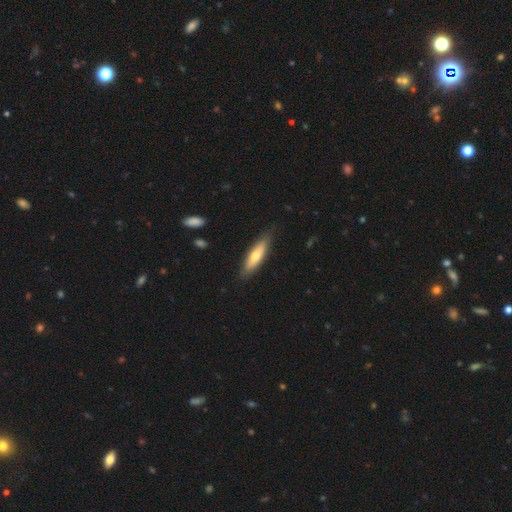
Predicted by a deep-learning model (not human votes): smooth 64%, featured or disk 30%, star or artifact 5%. Down the decision tree: how rounded — cigar-shaped (61%); merging — none (82%).